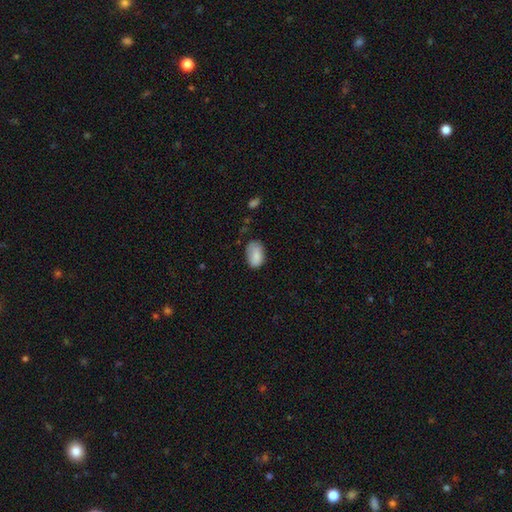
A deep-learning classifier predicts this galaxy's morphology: smooth_or_featured: smooth (p=0.84) [alt: featured or disk p=0.09]
how_rounded: in between (p=0.90) [alt: round p=0.08]
merging: none (p=0.61) [alt: minor disturbance p=0.29]